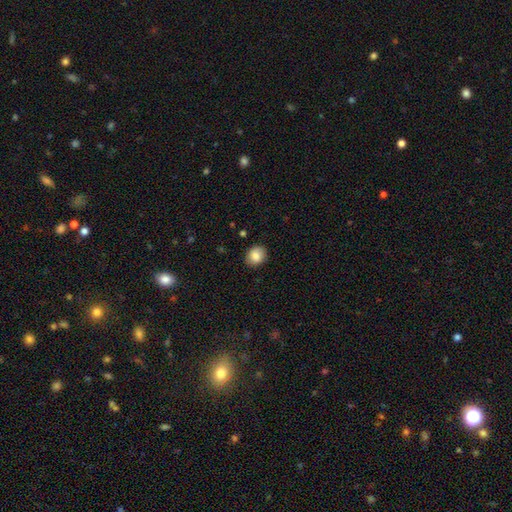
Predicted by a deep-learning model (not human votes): Q: Smooth or featured?
A: smooth (86%); runner-up: star or artifact (8%)
Q: How rounded?
A: round (61%); runner-up: in between (38%)
Q: Merging?
A: none (88%); runner-up: minor disturbance (9%)